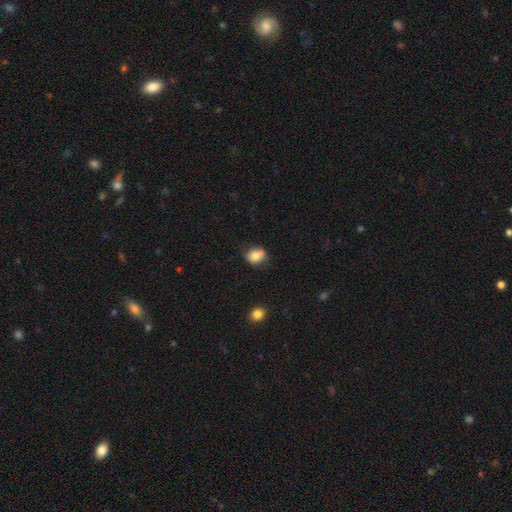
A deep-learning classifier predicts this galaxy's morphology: The model was most divided on "how rounded": round: 53%, in between: 46%, cigar-shaped: 1%. More confident: smooth or featured — smooth (80%); merging — none (66%).